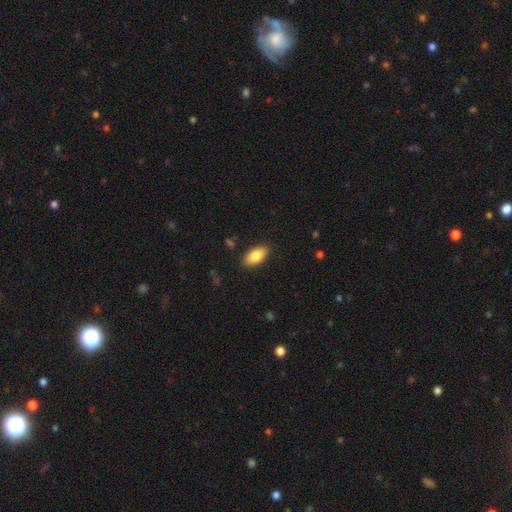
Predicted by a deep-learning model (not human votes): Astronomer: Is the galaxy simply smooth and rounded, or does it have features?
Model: smooth — 84%.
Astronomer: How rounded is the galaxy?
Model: in between — 92%.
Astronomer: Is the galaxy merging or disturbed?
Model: none — 87%.